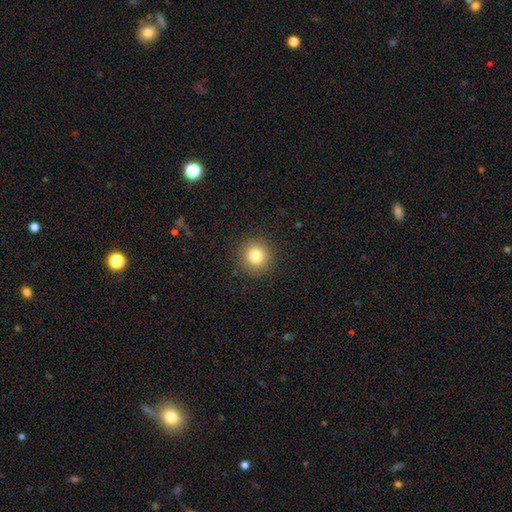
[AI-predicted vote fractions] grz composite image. It shows a smooth galaxy with no disk features (81%) that is round (93%). Merging: none (91%).